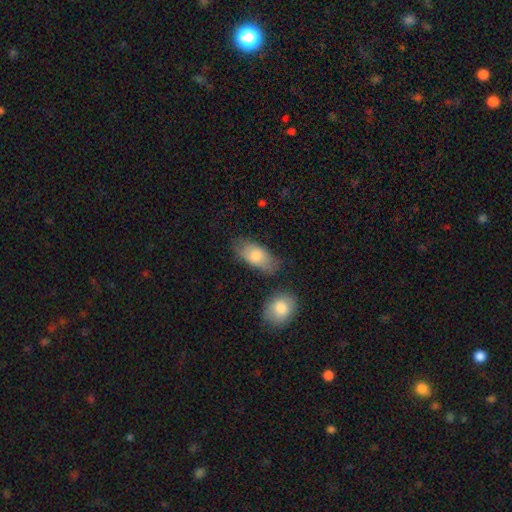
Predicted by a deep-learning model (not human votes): Overall: smooth (79%). How rounded: in between (90%). Merging: none (62%; minor disturbance 23%).